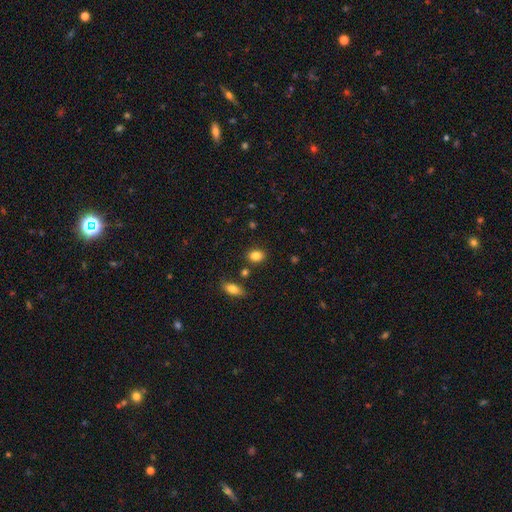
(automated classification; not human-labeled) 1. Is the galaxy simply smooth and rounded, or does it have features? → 84% smooth, 10% star or artifact, 6% featured or disk.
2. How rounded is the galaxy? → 56% in between, 42% round, 2% cigar-shaped.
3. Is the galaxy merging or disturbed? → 83% none, 10% minor disturbance, 5% merger, 3% major disturbance.